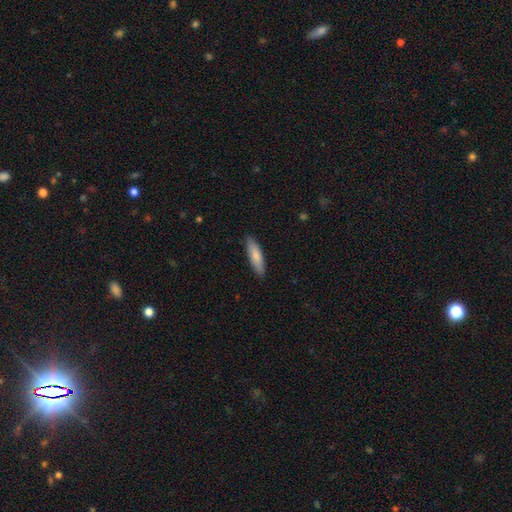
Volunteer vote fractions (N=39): Q: Smooth or featured?
A: smooth (90%); runner-up: featured or disk (10%)
Q: How rounded?
A: cigar-shaped (60%); runner-up: in between (37%)
Q: Merging?
A: none (85%); runner-up: minor disturbance (10%)